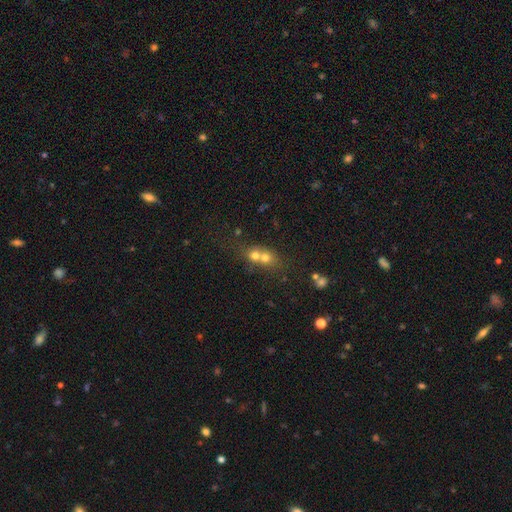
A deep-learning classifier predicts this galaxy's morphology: Smooth or featured: smooth — 64% (featured or disk — 20%)
How rounded: round — 70% (in between — 28%)
Merging: merger — 67% (none — 25%)